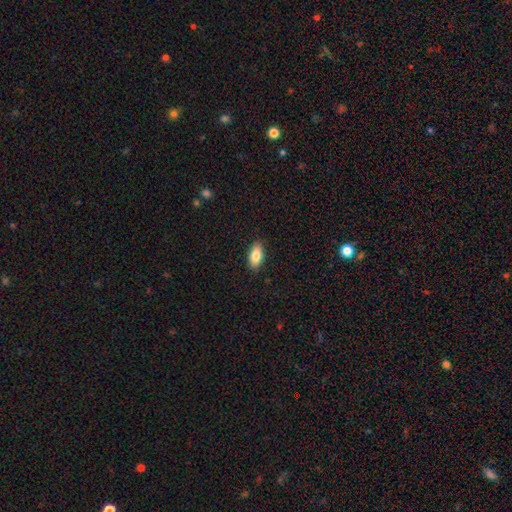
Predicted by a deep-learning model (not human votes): smooth 83%, featured or disk 10%, star or artifact 7%. Down the decision tree: how rounded — in between (91%); merging — none (88%).